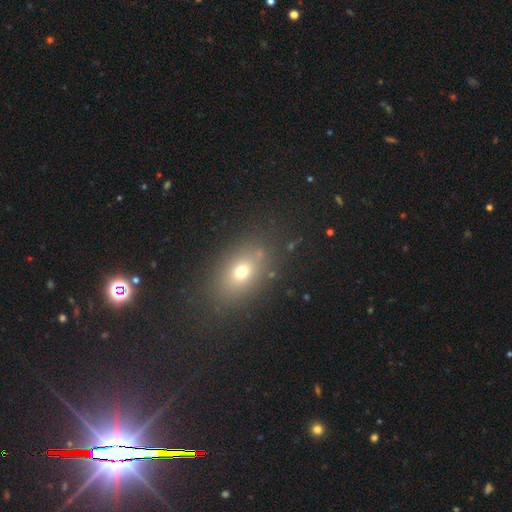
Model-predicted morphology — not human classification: Smooth or featured? smooth (44%)
Merging? none (85%)